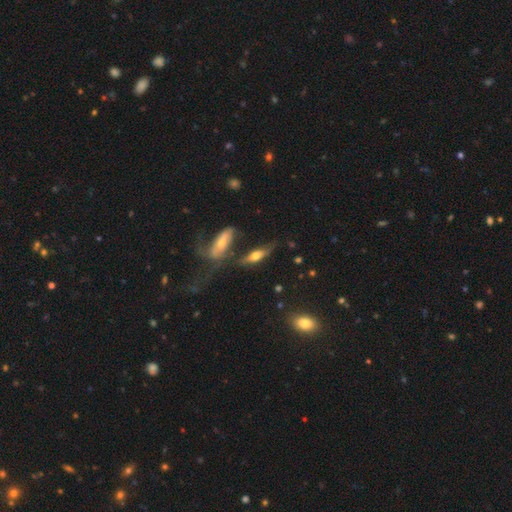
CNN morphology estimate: This is possibly a featured or disk galaxy (51%). It is likely viewed edge-on (75%). Merging: marginally none (45%).